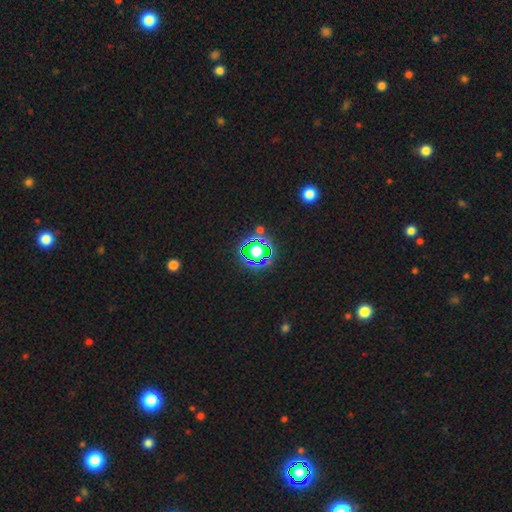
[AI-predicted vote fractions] smooth_or_featured: star or artifact (p=0.56) [alt: smooth p=0.31]